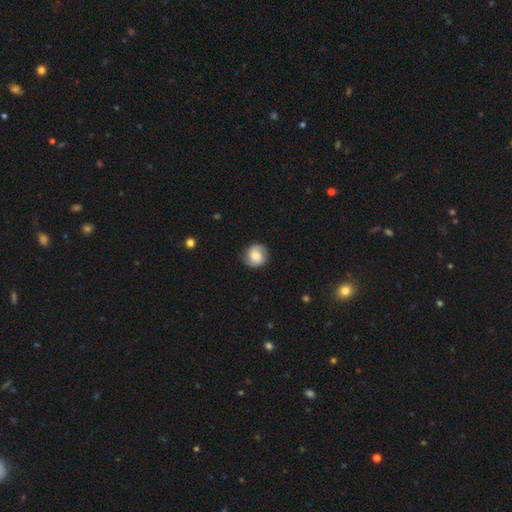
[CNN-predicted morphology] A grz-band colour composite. It shows a smooth galaxy with no disk features (54%) that is round (85%). Merging: none (82%).